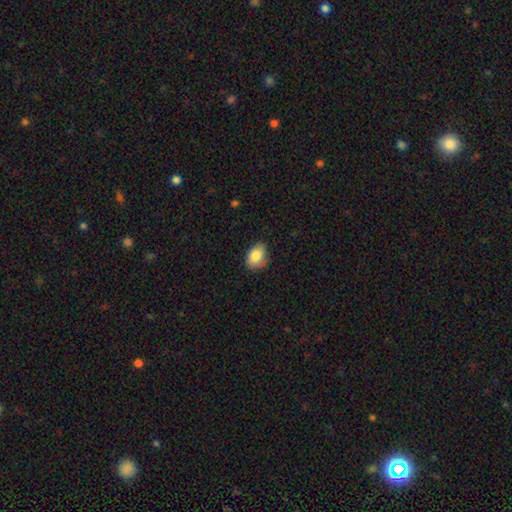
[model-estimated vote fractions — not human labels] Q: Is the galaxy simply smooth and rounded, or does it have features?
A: smooth — 83%.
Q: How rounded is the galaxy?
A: in between — 76%.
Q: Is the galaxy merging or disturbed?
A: none — 74%.